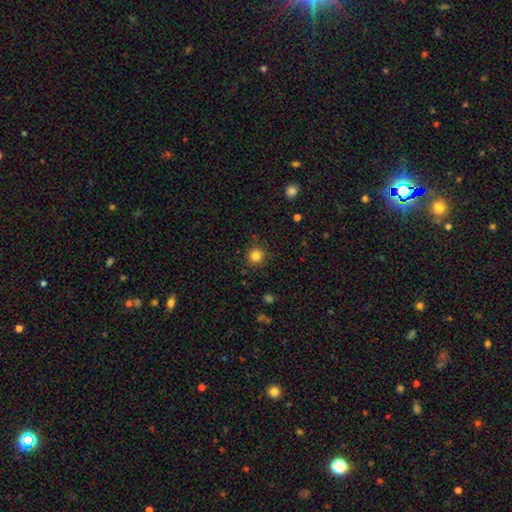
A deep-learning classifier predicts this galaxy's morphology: Overall: smooth (83%). How rounded: round (94%). Merging: none (88%).